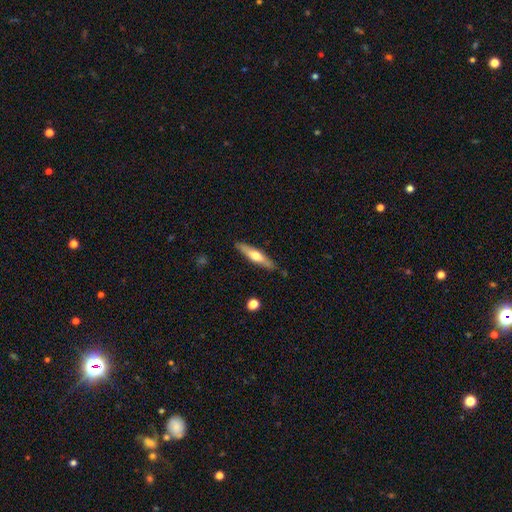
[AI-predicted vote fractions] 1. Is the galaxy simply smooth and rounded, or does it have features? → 49% featured or disk, 45% smooth, 5% star or artifact.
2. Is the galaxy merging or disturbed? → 85% none, 11% minor disturbance, 2% major disturbance, 2% merger.